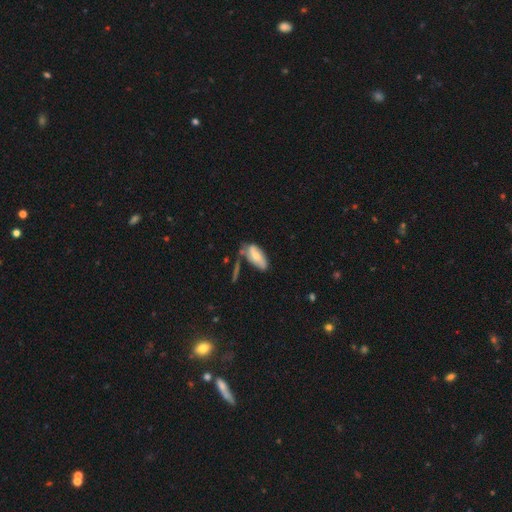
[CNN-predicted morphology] smooth-or-featured: smooth: 60% | featured or disk: 33% | star or artifact: 7%
  how-rounded: in between: 86% | cigar-shaped: 11% | round: 3%
  merging: none: 46% | minor disturbance: 30% | merger: 14% | major disturbance: 11%